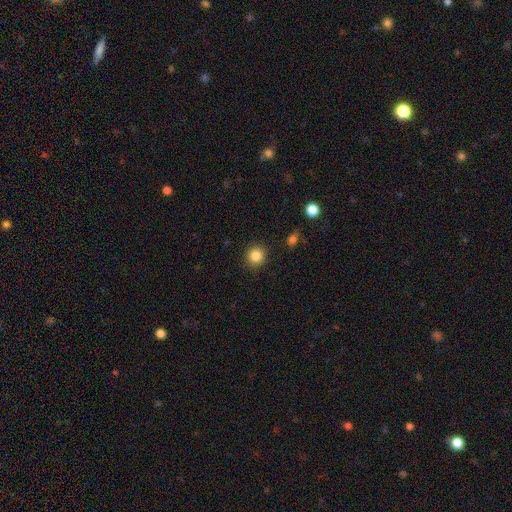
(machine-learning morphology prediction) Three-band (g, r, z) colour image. It shows a smooth galaxy with no disk features (85%) that is round (92%). Merging: none (91%).